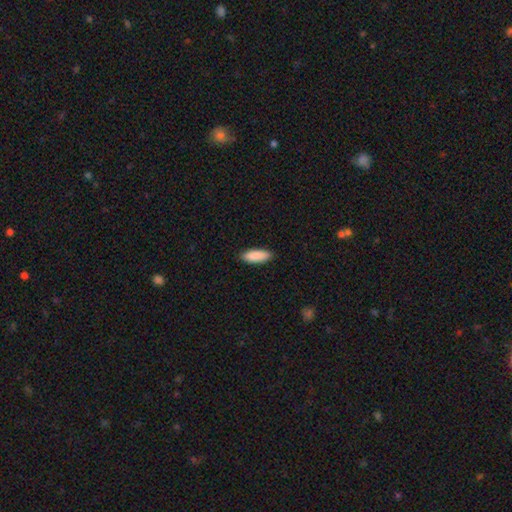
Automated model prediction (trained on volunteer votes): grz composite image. It shows a smooth galaxy with no disk features (90%) that is in between round and cigar-shaped (65%). Merging: none (89%).